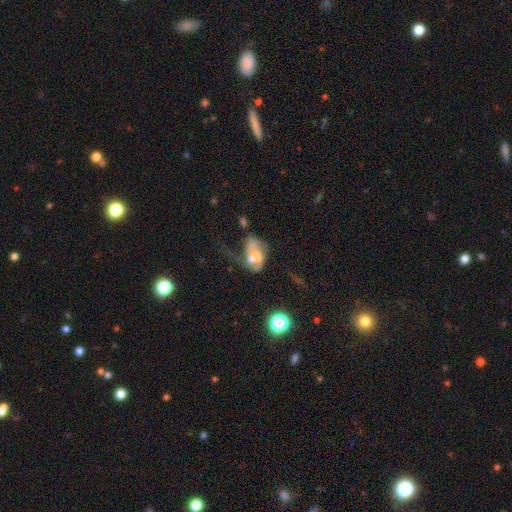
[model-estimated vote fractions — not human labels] smooth_or_featured: featured or disk (p=0.53) [alt: smooth p=0.35]
disk_edge_on: no (p=0.96) [alt: yes p=0.04]
bar: no (p=0.66) [alt: weak p=0.26]
has_spiral_arms: no (p=0.53) [alt: yes p=0.47]
bulge_size: moderate (p=0.42) [alt: small p=0.27]
merging: major disturbance (p=0.37) [alt: merger p=0.34]